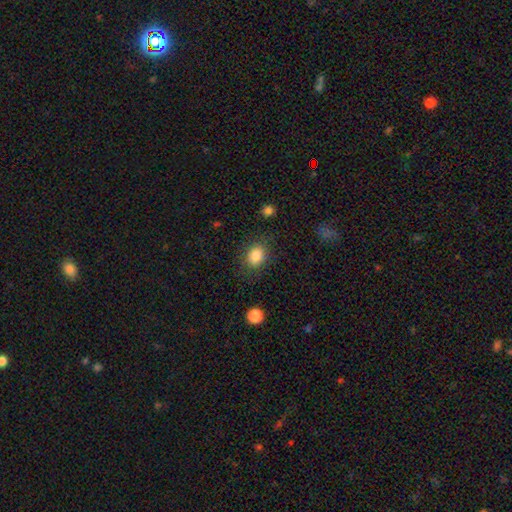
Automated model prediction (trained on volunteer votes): This is clearly a smooth galaxy (85%). How rounded: likely in between (61%). Merging: likely none (79%).